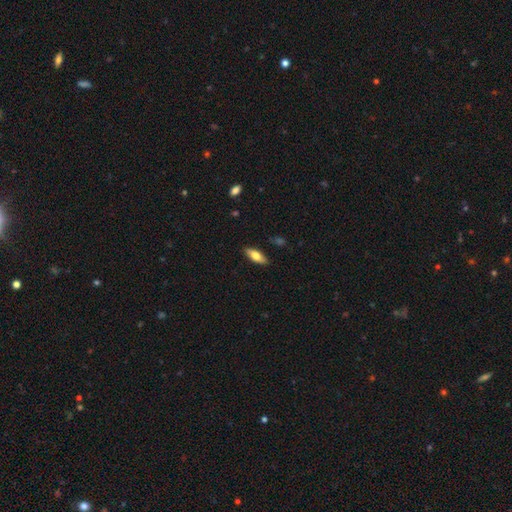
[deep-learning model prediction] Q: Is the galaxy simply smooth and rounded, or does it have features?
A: smooth — 68%.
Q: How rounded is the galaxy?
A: in between — 70%.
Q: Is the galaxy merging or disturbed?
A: none — 87%.